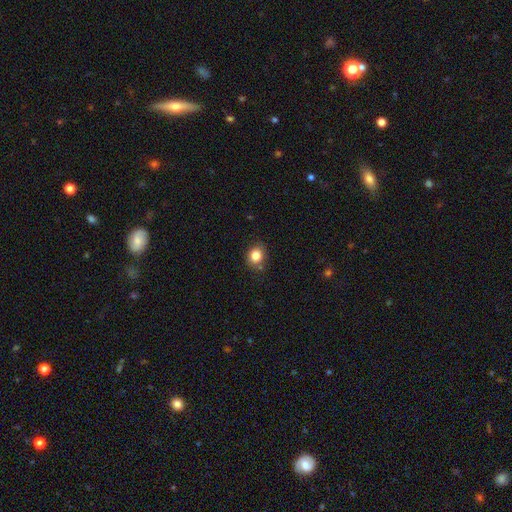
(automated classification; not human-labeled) The model was most divided on "how rounded": round: 68%, in between: 32%, cigar-shaped: 1%. More confident: smooth or featured — smooth (84%); merging — none (78%).